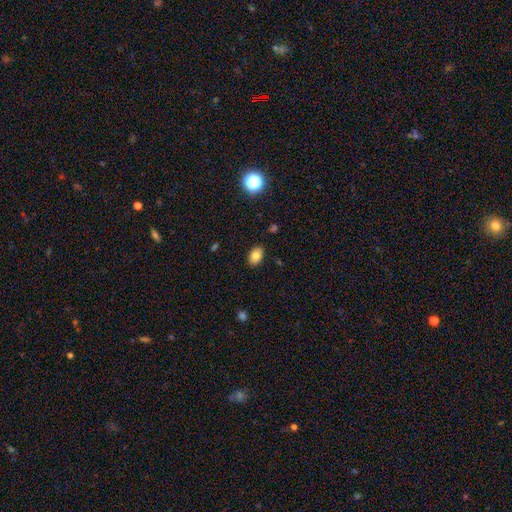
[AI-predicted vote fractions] This is clearly a smooth galaxy (81%). How rounded: clearly in between (83%). Merging: clearly none (87%).